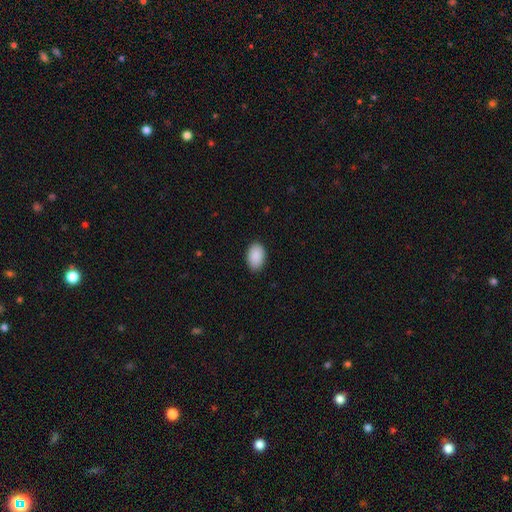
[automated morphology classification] This appears to be a smooth galaxy with no disk features (91%) that is in between round and cigar-shaped (90%). Merging: none (88%).